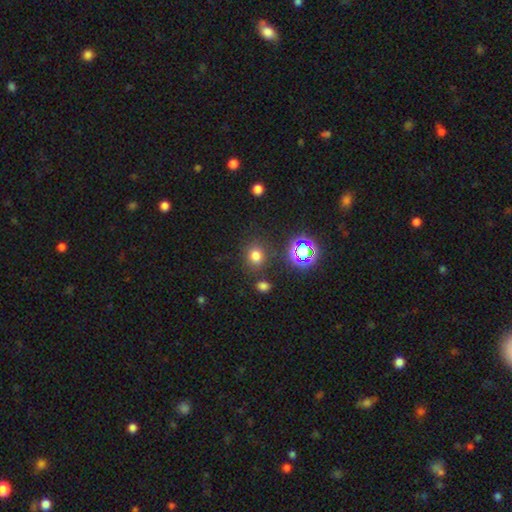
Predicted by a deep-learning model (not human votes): Q: Smooth or featured?
A: smooth (71%); runner-up: star or artifact (22%)
Q: How rounded?
A: round (69%); runner-up: in between (30%)
Q: Merging?
A: none (81%); runner-up: minor disturbance (10%)